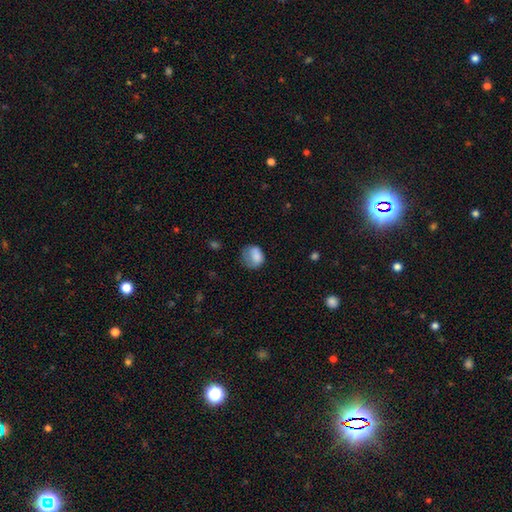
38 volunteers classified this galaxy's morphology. smooth 68%, featured or disk 26%, star or artifact 5%. Down the decision tree: how rounded — round (50%, tied with in between); merging — none (47%).